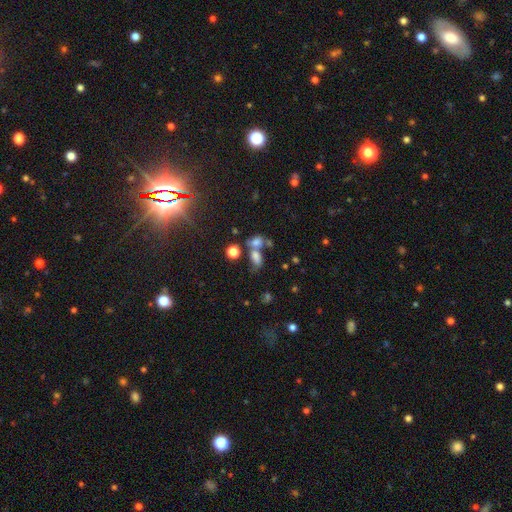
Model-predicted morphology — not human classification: The model was most divided on "merging": merger: 41%, none: 36%, minor disturbance: 13%, major disturbance: 9%. More confident: how rounded — in between (78%); smooth or featured — smooth (69%).